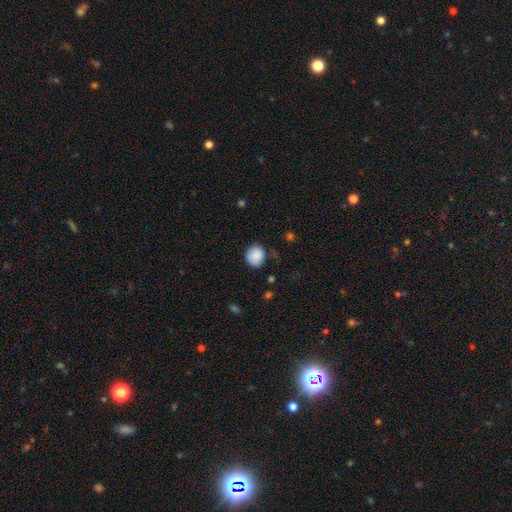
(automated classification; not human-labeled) Q: Smooth or featured?
A: smooth (87%); runner-up: star or artifact (8%)
Q: How rounded?
A: round (81%); runner-up: in between (19%)
Q: Merging?
A: none (77%); runner-up: minor disturbance (18%)